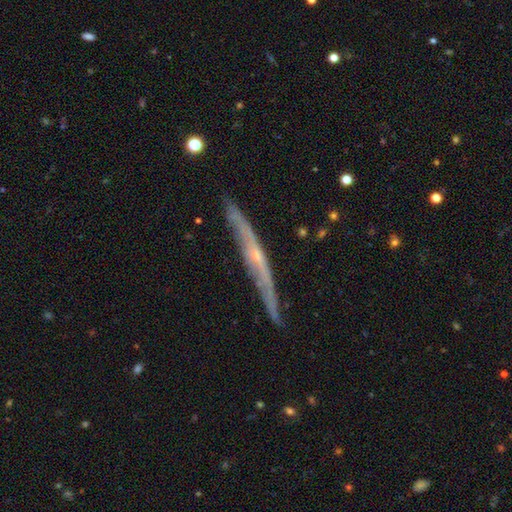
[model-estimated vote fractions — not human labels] This appears to be a featured or disk galaxy (75%) viewed edge-on (93%) with no central bulge (49%). Merging: none (82%).